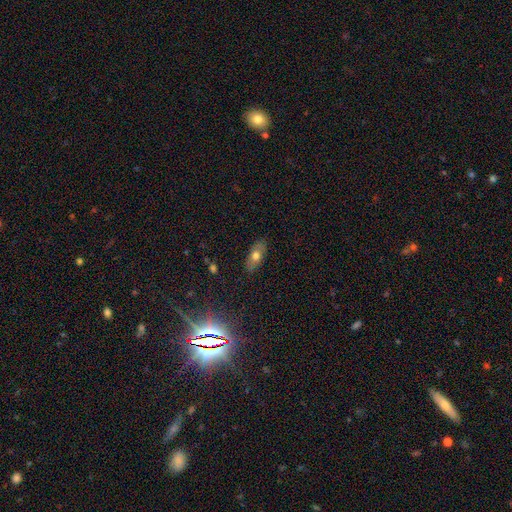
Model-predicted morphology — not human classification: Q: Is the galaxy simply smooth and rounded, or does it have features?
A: smooth — 65%.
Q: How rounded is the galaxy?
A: in between — 82%.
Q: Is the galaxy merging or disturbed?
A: none — 86%.